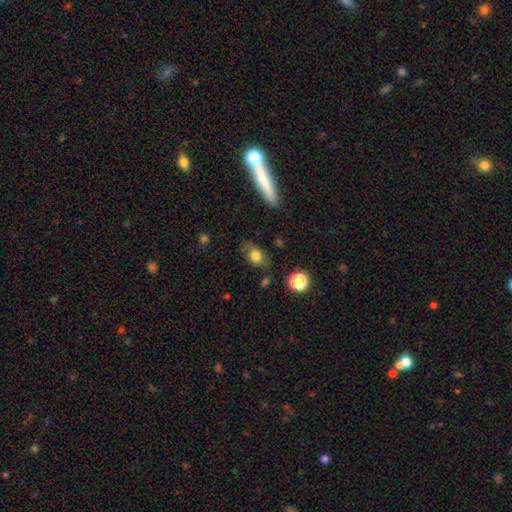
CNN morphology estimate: This appears to be a smooth galaxy with no disk features (72%) that is in between round and cigar-shaped (77%). Merging: none (71%).